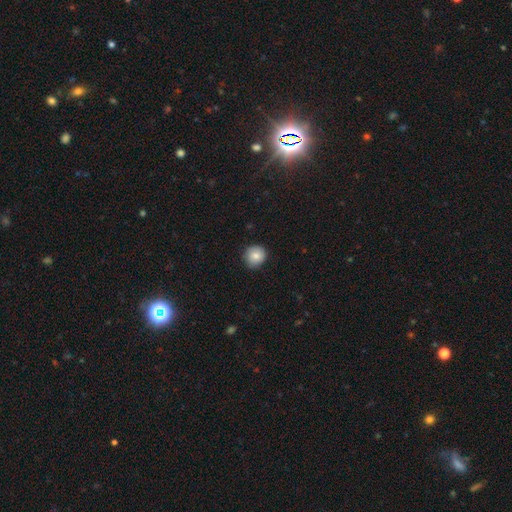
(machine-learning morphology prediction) This appears to be a smooth galaxy with no disk features (82%) that is round (89%). Merging: none (85%).